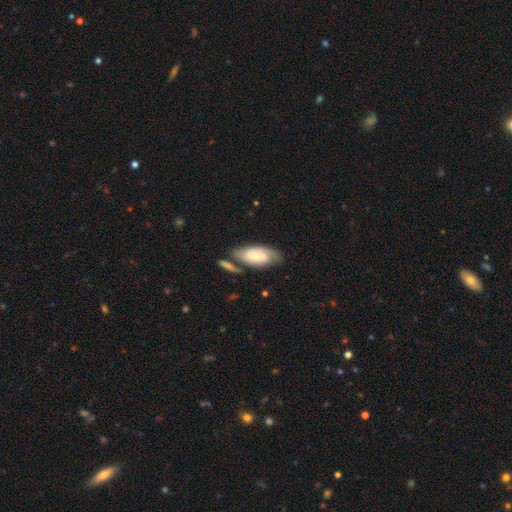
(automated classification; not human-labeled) Smooth or featured?
  - featured or disk: 48% *
  - smooth: 46%
  - star or artifact: 6%
Merging?
  - none: 55% *
  - minor disturbance: 20%
  - merger: 17%
  - major disturbance: 8%